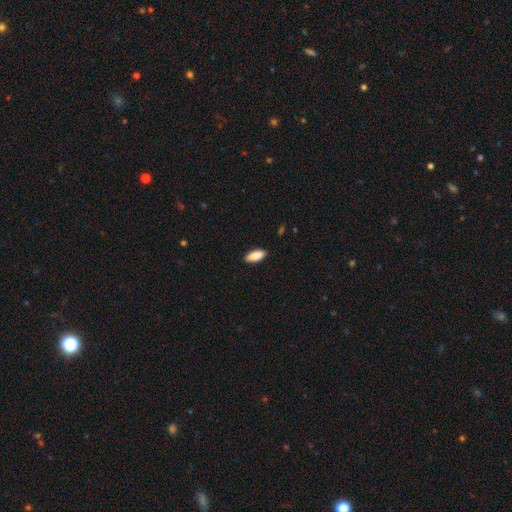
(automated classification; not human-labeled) smooth 89%, star or artifact 6%, featured or disk 5%. Down the decision tree: how rounded — in between (83%); merging — none (89%).